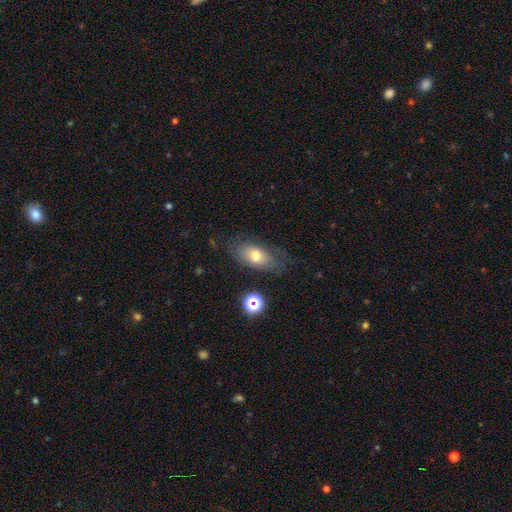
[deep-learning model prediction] Smooth or featured? smooth (68%)
How rounded? in between (87%)
Merging? none (67%)